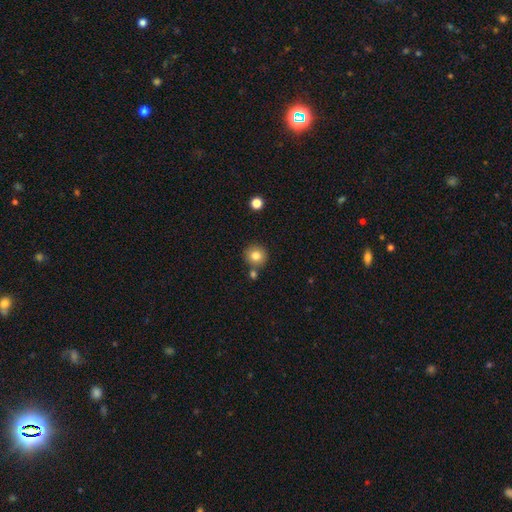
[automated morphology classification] smooth-or-featured: smooth: 81% | star or artifact: 11% | featured or disk: 9%
  how-rounded: round: 92% | in between: 7% | cigar-shaped: 1%
  merging: none: 76% | merger: 13% | minor disturbance: 9% | major disturbance: 2%